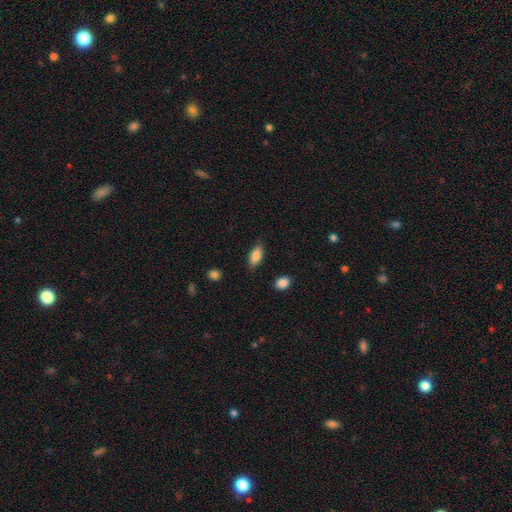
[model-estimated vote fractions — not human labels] Smooth or featured? smooth (84%)
How rounded? in between (84%)
Merging? none (83%)